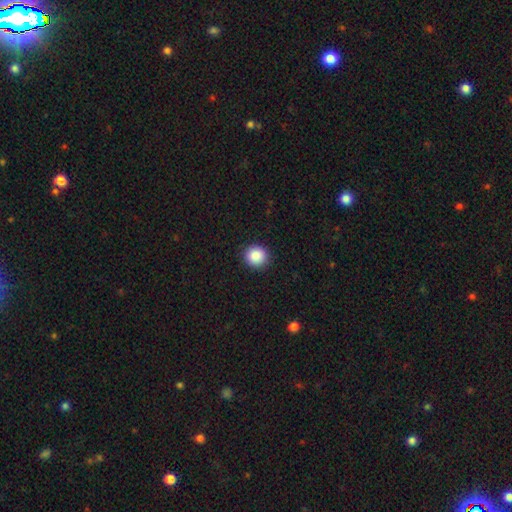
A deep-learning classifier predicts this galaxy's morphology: This appears to be a smooth galaxy with no disk features (88%) that is round (91%). Merging: none (92%).